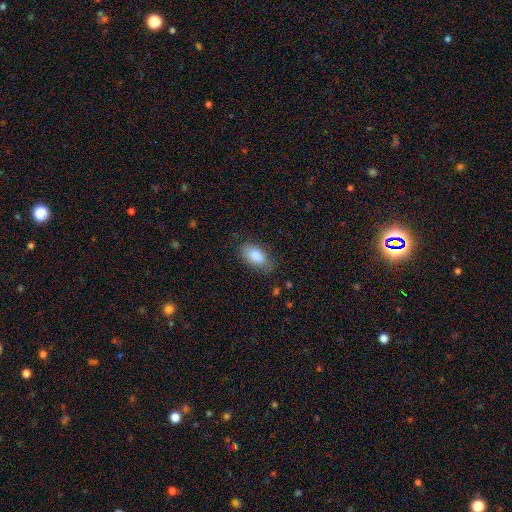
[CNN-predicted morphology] Overall: smooth (87%). How rounded: in between (92%). Merging: none (74%).